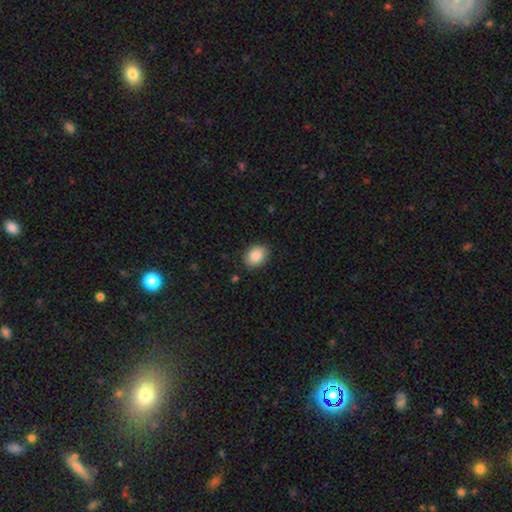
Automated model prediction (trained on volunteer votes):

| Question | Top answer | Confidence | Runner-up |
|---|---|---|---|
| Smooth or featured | smooth | 89% | star or artifact (7%) |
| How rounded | in between | 64% | round (35%) |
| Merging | none | 85% | minor disturbance (11%) |